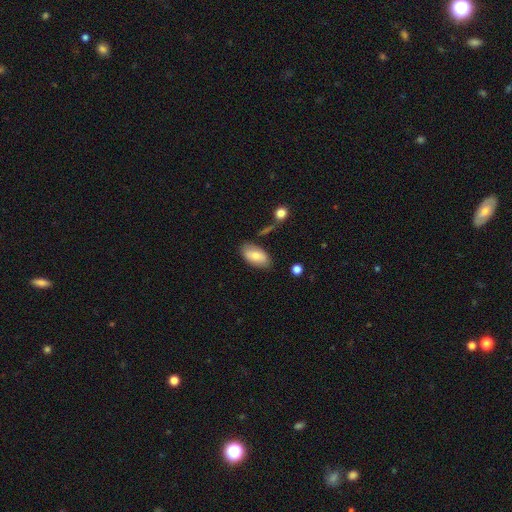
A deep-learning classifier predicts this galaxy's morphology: Smooth or featured? smooth (75%)
How rounded? in between (94%)
Merging? none (76%)